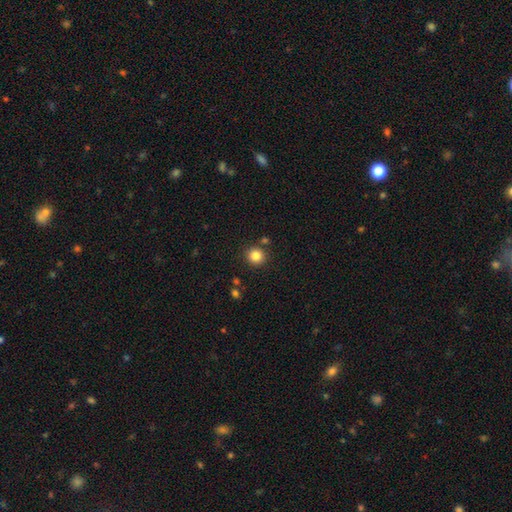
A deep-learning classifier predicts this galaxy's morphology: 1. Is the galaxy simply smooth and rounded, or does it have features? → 84% smooth, 11% star or artifact, 5% featured or disk.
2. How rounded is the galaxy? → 93% round, 6% in between, 1% cigar-shaped.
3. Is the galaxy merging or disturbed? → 87% none, 6% minor disturbance, 5% merger, 2% major disturbance.